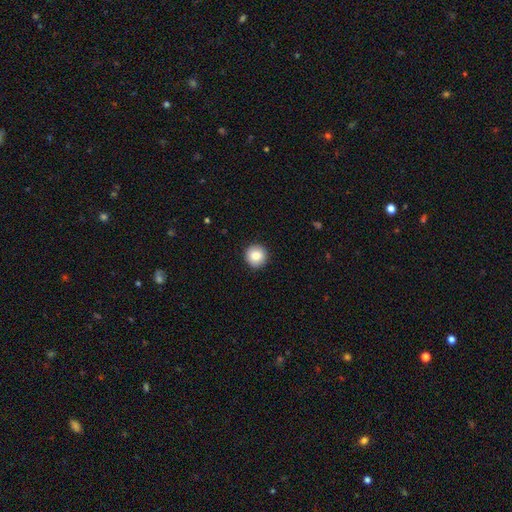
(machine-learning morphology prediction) This appears to be a smooth galaxy with no disk features (86%) that is round (95%). Merging: none (92%).